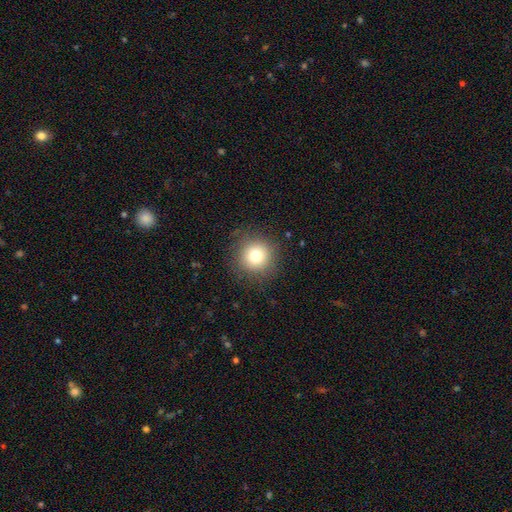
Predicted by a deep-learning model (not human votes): Smooth or featured?
  - smooth: 78% *
  - star or artifact: 12%
  - featured or disk: 10%
How rounded?
  - round: 94% *
  - in between: 5%
  - cigar-shaped: 1%
Merging?
  - none: 87% *
  - minor disturbance: 9%
  - major disturbance: 4%
  - merger: 1%